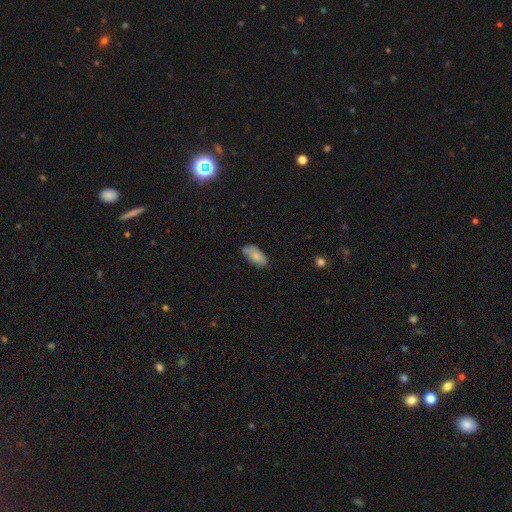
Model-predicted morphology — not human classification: Smooth or featured? Predicted: smooth (p=0.81). How rounded? Predicted: in between (p=0.92). Merging? Predicted: none (p=0.72).